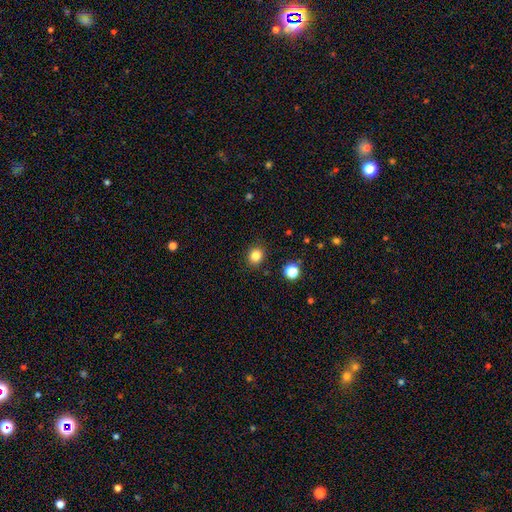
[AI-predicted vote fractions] This appears to be a smooth galaxy with no disk features (83%) that is round (77%). Merging: none (89%).